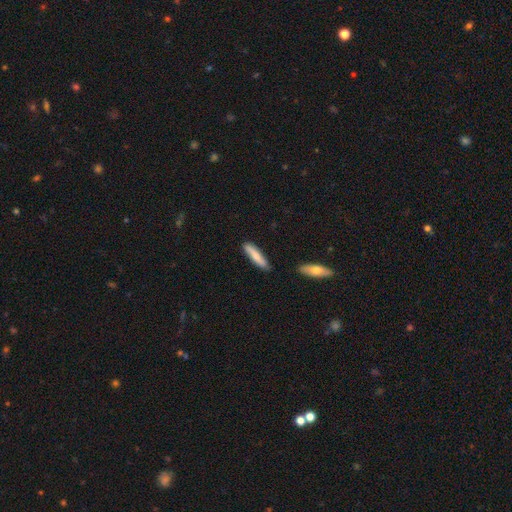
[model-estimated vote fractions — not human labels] Smooth or featured? smooth (70%)
How rounded? cigar-shaped (82%)
Merging? none (83%)